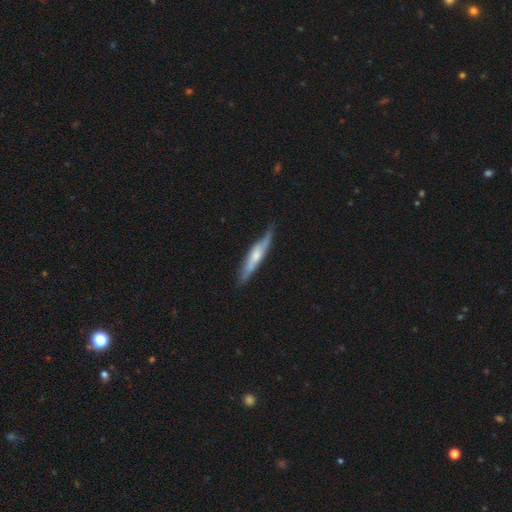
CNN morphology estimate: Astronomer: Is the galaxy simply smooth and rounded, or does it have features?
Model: featured or disk — 56% (runner-up: smooth, 38%).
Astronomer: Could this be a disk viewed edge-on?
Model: yes — 79%.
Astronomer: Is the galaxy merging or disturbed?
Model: none — 67%.